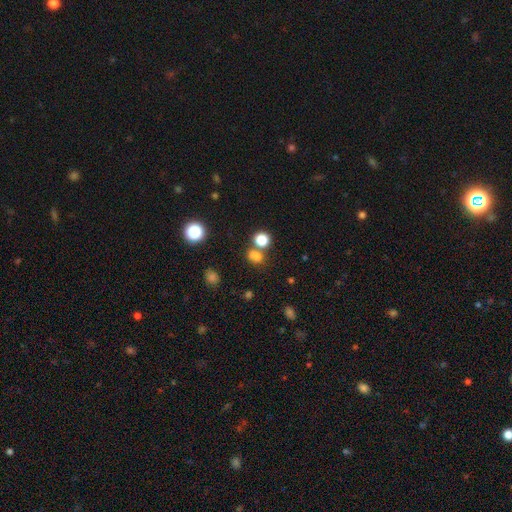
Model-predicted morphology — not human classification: type=smooth (73%); roundness=round (65%); merging=none (53%).